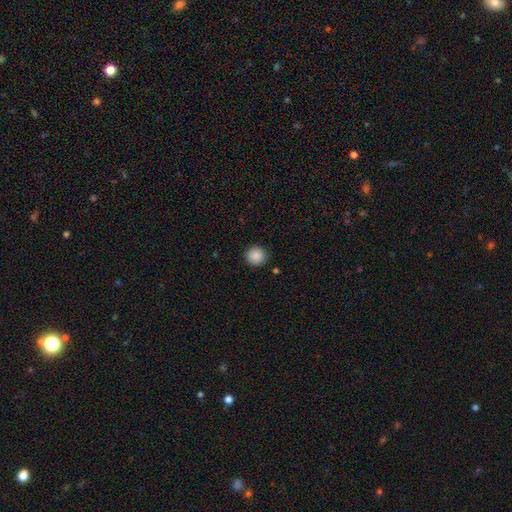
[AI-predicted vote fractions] Overall: smooth (88%). How rounded: round (94%). Merging: none (91%).